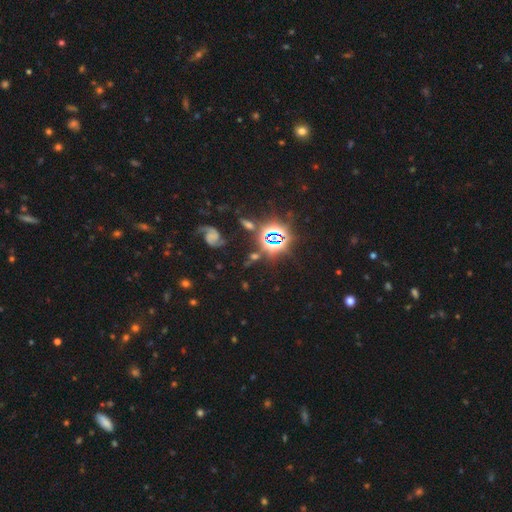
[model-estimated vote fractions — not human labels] Smooth or featured? Predicted: star or artifact (p=0.67).